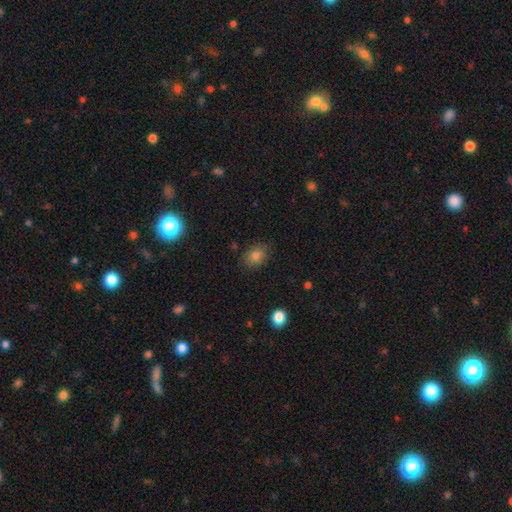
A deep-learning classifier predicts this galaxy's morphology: smooth_or_featured: smooth (p=0.81) [alt: star or artifact p=0.12]
how_rounded: in between (p=0.58) [alt: round p=0.41]
merging: none (p=0.84) [alt: minor disturbance p=0.12]